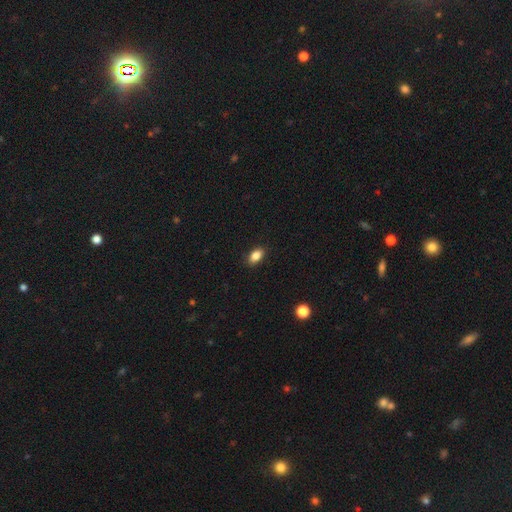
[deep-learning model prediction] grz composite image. It shows a smooth galaxy with no disk features (86%) that is in between round and cigar-shaped (88%). Merging: none (88%).